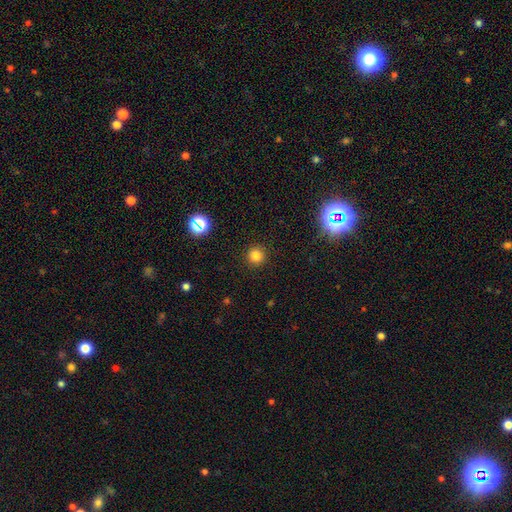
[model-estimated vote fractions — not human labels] Q: Smooth or featured?
A: smooth (80%); runner-up: star or artifact (15%)
Q: How rounded?
A: round (95%); runner-up: in between (4%)
Q: Merging?
A: none (92%); runner-up: minor disturbance (5%)